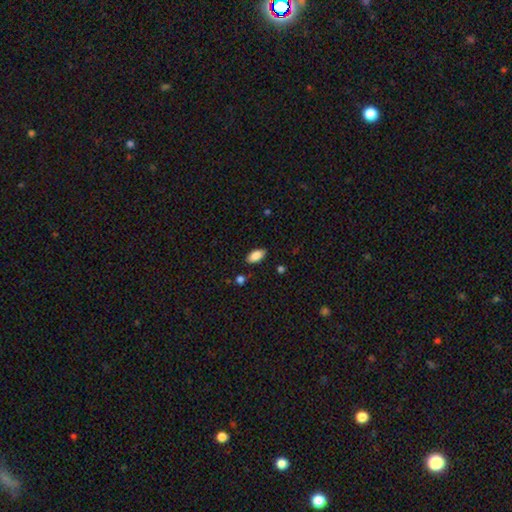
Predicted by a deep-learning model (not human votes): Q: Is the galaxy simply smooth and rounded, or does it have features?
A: smooth — 88%.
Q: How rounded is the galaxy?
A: in between — 92%.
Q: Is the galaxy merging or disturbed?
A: none — 85%.